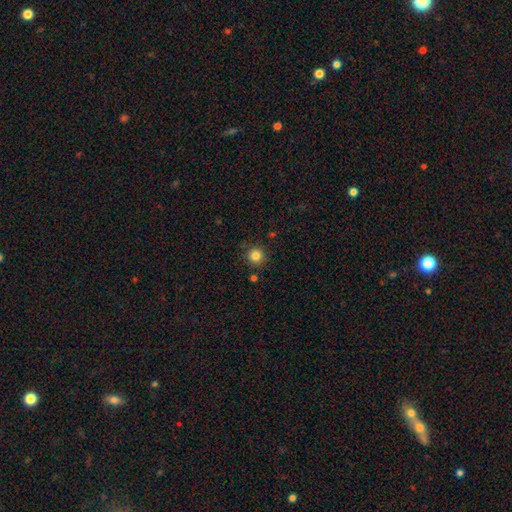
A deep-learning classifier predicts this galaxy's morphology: smooth_or_featured: smooth (p=0.83) [alt: star or artifact p=0.12]
how_rounded: round (p=0.93) [alt: in between p=0.06]
merging: none (p=0.86) [alt: minor disturbance p=0.08]